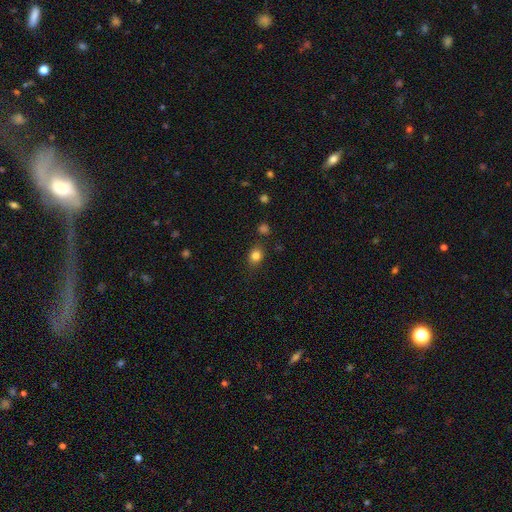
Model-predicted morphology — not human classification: Smooth or featured? Predicted: smooth (p=0.82). How rounded? Predicted: round (p=0.51). Merging? Predicted: none (p=0.81).